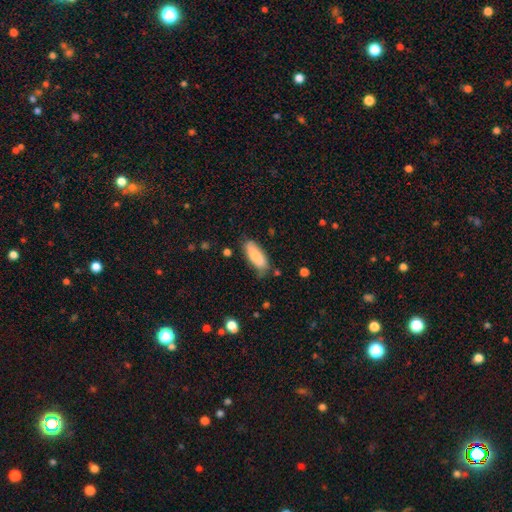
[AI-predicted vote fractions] Q: Smooth or featured?
A: smooth (73%); runner-up: featured or disk (21%)
Q: How rounded?
A: in between (77%); runner-up: cigar-shaped (21%)
Q: Merging?
A: none (68%); runner-up: minor disturbance (24%)